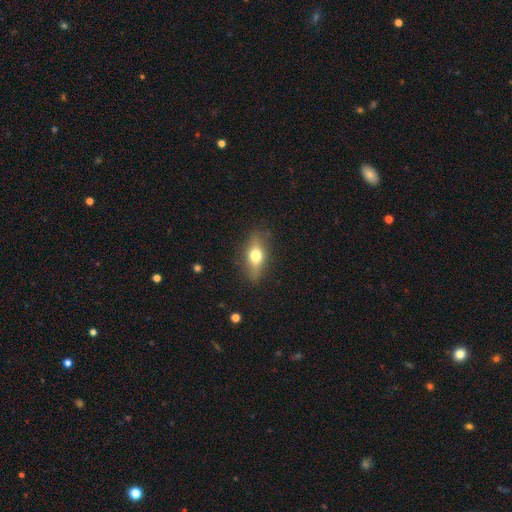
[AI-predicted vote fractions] This appears to be a smooth galaxy with no disk features (58%) that is in between round and cigar-shaped (65%). Merging: none (84%).